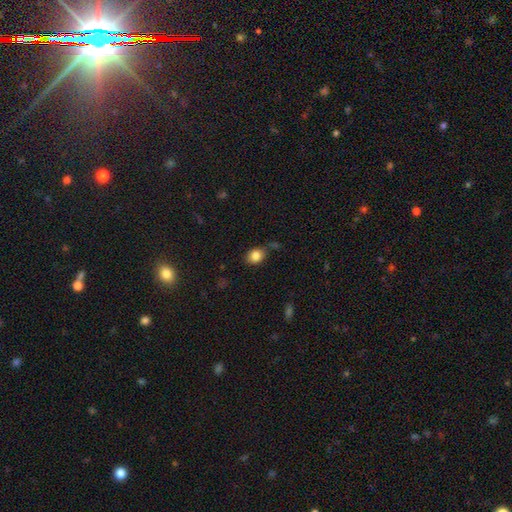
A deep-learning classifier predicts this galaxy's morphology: Smooth or featured? Predicted: smooth (p=0.85). How rounded? Predicted: in between (p=0.51). Merging? Predicted: none (p=0.69).